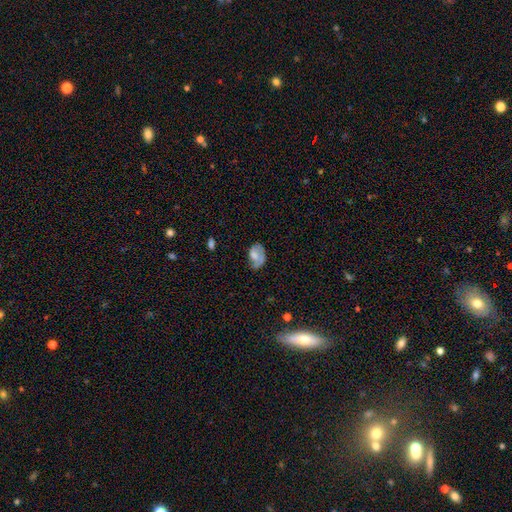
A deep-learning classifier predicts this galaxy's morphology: Smooth or featured?
  - smooth: 53% *
  - featured or disk: 39%
  - star or artifact: 9%
How rounded?
  - in between: 82% *
  - round: 17%
  - cigar-shaped: 1%
Merging?
  - none: 44% *
  - minor disturbance: 31%
  - major disturbance: 21%
  - merger: 3%